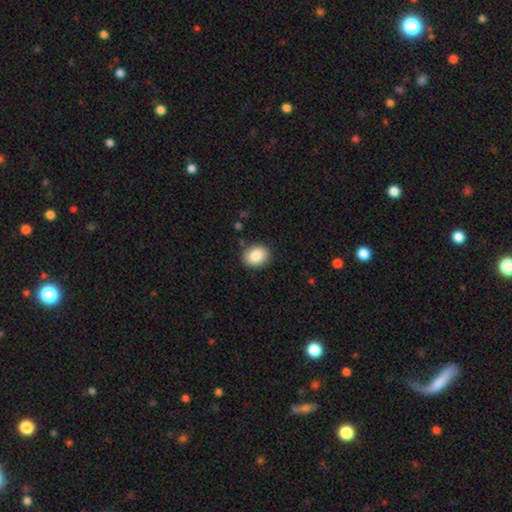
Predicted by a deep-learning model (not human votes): smooth-or-featured: smooth: 86% | star or artifact: 8% | featured or disk: 6%
  how-rounded: round: 50% | in between: 49% | cigar-shaped: 1%
  merging: none: 85% | minor disturbance: 11% | major disturbance: 3% | merger: 2%